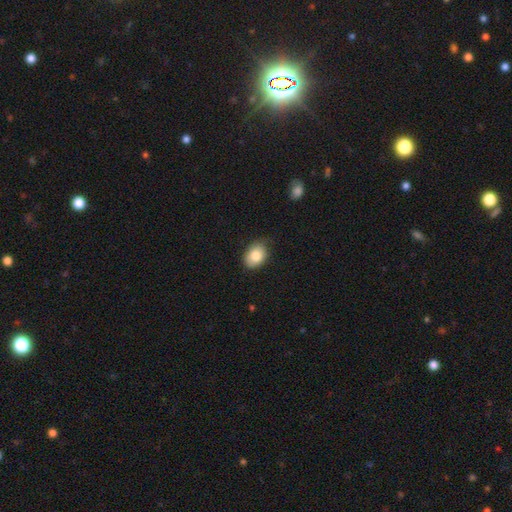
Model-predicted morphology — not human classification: Smooth or featured: smooth — 84% (featured or disk — 9%)
How rounded: in between — 77% (round — 22%)
Merging: none — 73% (minor disturbance — 22%)